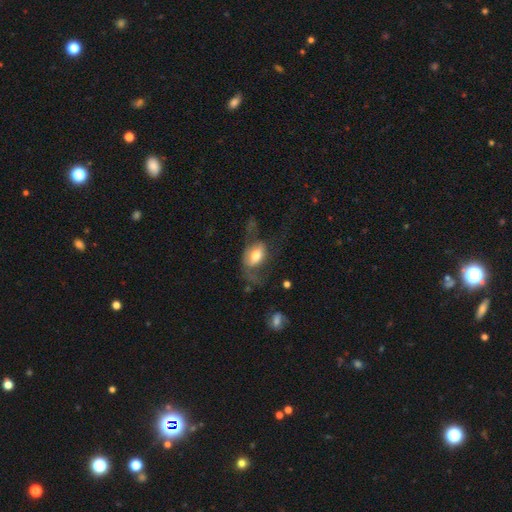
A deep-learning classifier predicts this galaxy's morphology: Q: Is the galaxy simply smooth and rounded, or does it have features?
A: smooth — 58%.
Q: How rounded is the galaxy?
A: in between — 87%.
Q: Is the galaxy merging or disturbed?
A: major disturbance — 52%.